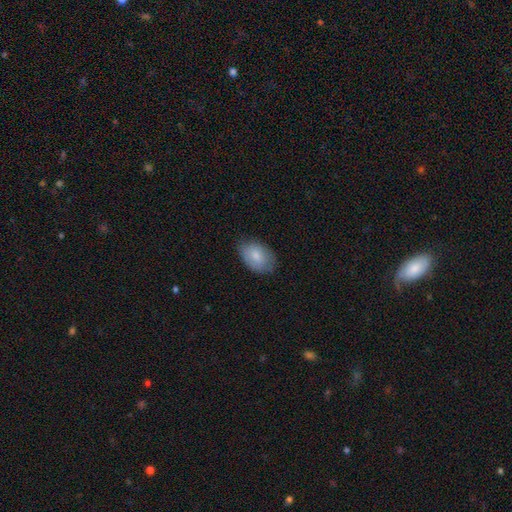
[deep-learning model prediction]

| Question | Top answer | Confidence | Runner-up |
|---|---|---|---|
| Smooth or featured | smooth | 80% | featured or disk (14%) |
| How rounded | in between | 87% | round (12%) |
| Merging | none | 72% | minor disturbance (23%) |